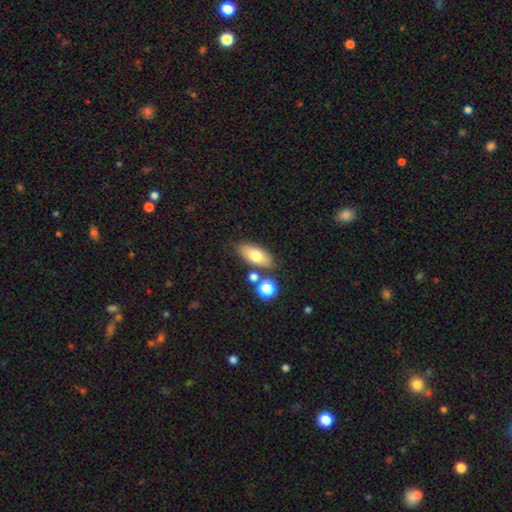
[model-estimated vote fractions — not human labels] A smooth galaxy with no disk features (74%) that is in between round and cigar-shaped (84%). Merging: none (77%).